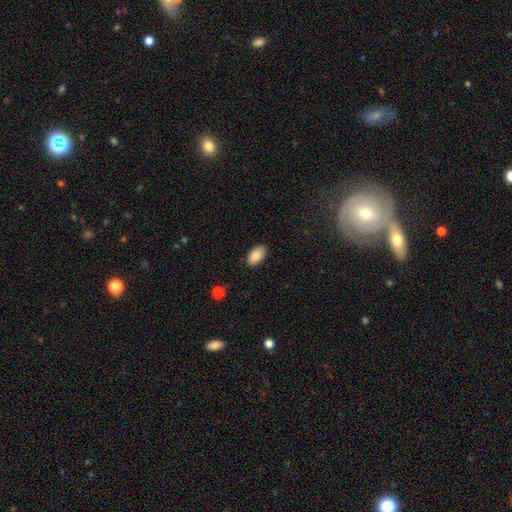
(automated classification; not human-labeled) This is clearly a smooth galaxy (86%). How rounded: clearly in between (95%). Merging: clearly none (86%).